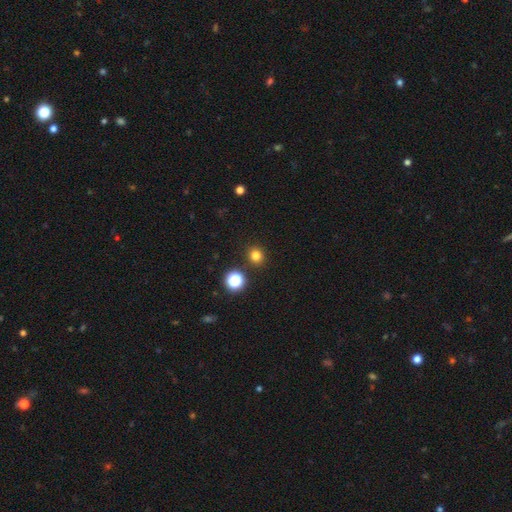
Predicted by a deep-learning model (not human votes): smooth 79%, star or artifact 16%, featured or disk 5%. Down the decision tree: how rounded — round (87%); merging — none (89%).